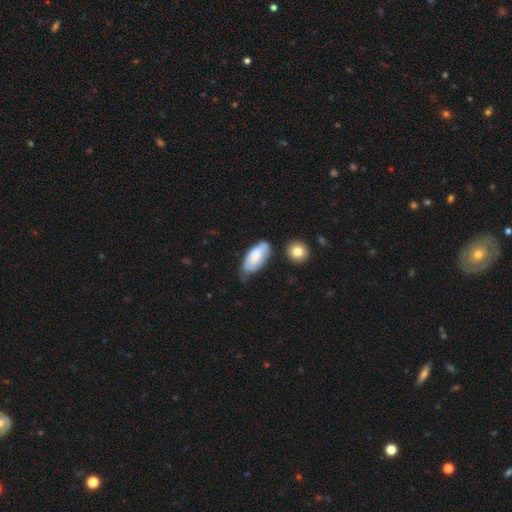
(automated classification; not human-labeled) Smooth or featured: smooth — 68% (featured or disk — 26%)
How rounded: in between — 86% (cigar-shaped — 12%)
Merging: none — 46% (minor disturbance — 37%)